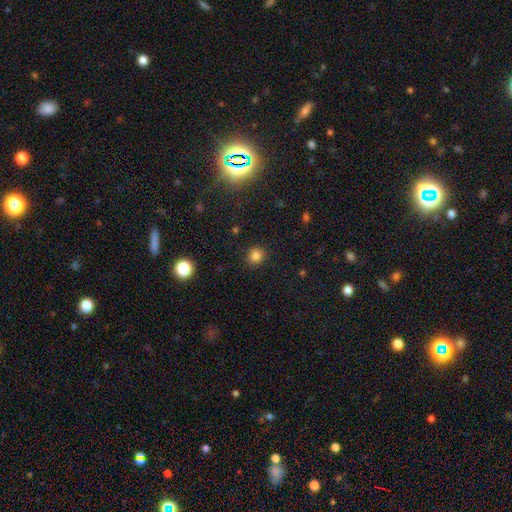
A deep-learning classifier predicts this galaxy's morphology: Q: Smooth or featured?
A: smooth (83%); runner-up: star or artifact (13%)
Q: How rounded?
A: round (89%); runner-up: in between (10%)
Q: Merging?
A: none (90%); runner-up: minor disturbance (7%)